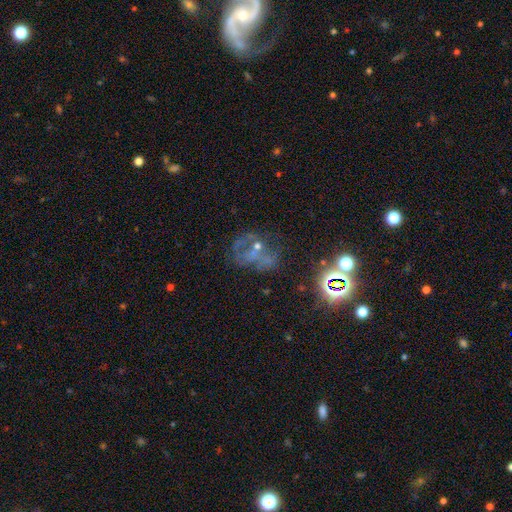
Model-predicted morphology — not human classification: This is marginally a featured or disk galaxy (45%). Merging: marginally none (45%).